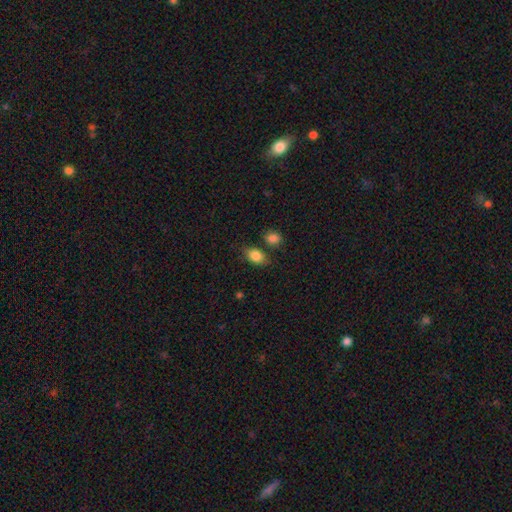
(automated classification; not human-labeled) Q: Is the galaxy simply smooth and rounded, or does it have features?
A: smooth — 85%.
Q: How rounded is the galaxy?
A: in between — 80%.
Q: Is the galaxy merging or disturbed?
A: none — 72%.